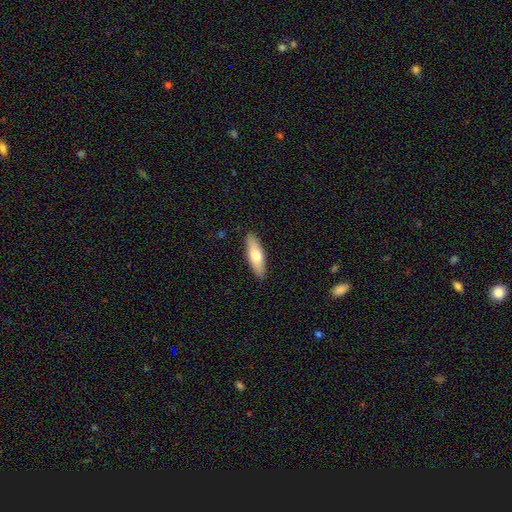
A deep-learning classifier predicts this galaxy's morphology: This appears to be a smooth galaxy with no disk features (68%) that is in between round and cigar-shaped (50%). Merging: none (89%).